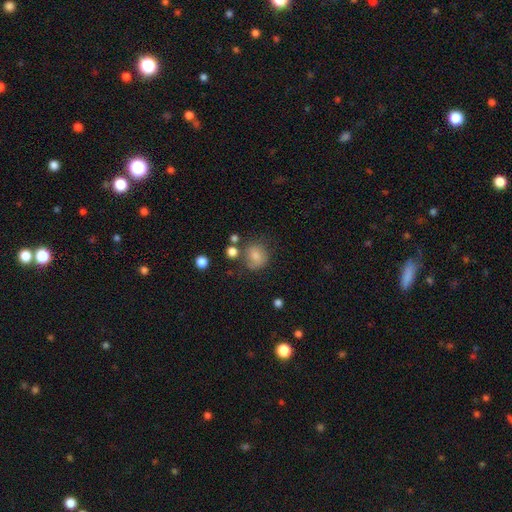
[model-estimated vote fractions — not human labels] This appears to be a smooth galaxy with no disk features (77%) that is round (76%). Merging: none (64%).